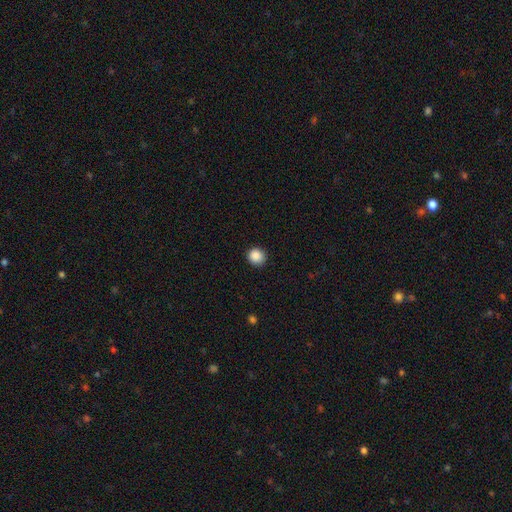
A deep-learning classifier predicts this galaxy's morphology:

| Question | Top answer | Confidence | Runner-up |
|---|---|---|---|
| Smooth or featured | smooth | 88% | star or artifact (9%) |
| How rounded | round | 92% | in between (7%) |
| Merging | none | 91% | minor disturbance (6%) |